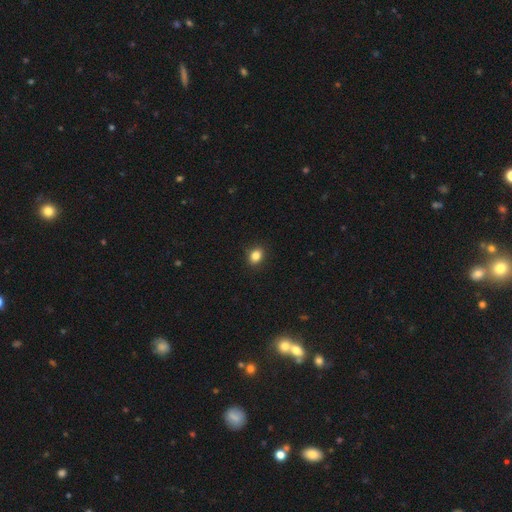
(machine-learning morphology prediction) smooth_or_featured: smooth (p=0.84) [alt: star or artifact p=0.11]
how_rounded: in between (p=0.58) [alt: round p=0.41]
merging: none (p=0.89) [alt: minor disturbance p=0.08]